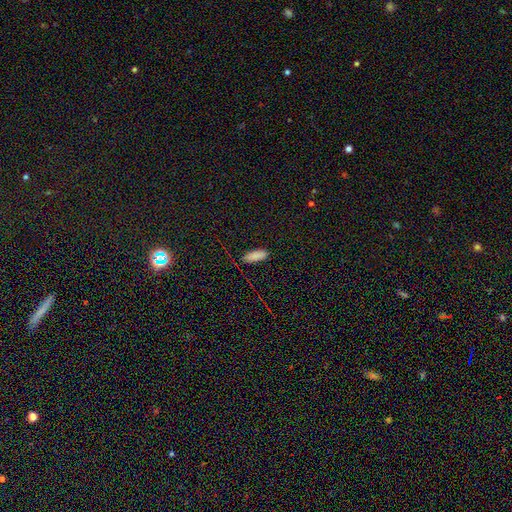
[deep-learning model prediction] A smooth galaxy with no disk features (83%) that is in between round and cigar-shaped (74%).

Vote fractions:
- Smooth or featured? smooth: 83% / star or artifact: 12% / featured or disk: 5%
- How rounded? in between: 74% / cigar-shaped: 23% / round: 3%
- Merging? none: 78% / minor disturbance: 16% / major disturbance: 4% / merger: 2%